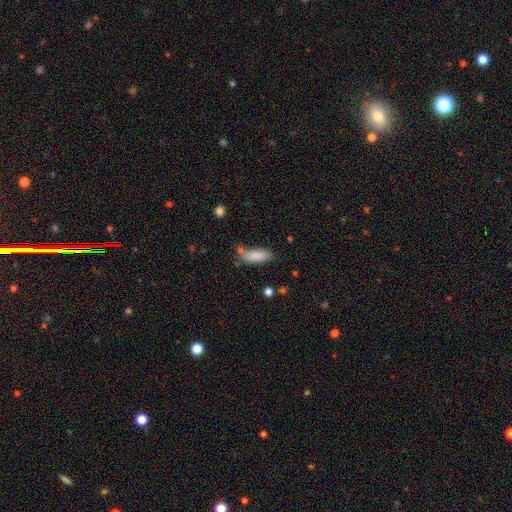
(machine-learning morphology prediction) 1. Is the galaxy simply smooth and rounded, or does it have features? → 86% smooth, 7% star or artifact, 7% featured or disk.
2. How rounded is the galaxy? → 76% in between, 22% cigar-shaped, 2% round.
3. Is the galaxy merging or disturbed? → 65% none, 20% minor disturbance, 10% merger, 5% major disturbance.